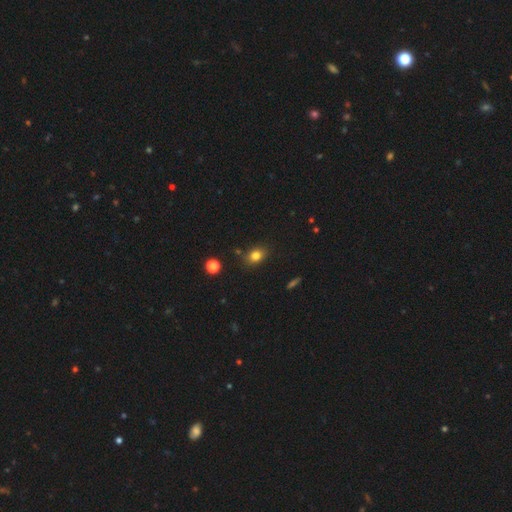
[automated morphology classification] Smooth or featured? Predicted: smooth (p=0.79). How rounded? Predicted: in between (p=0.57). Merging? Predicted: none (p=0.79).